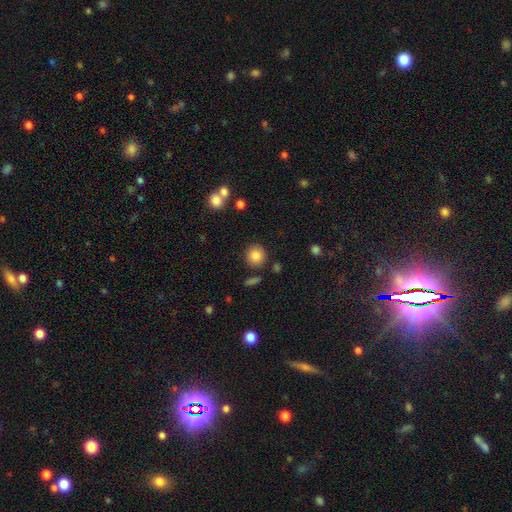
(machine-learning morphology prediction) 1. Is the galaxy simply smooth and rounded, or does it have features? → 85% smooth, 10% star or artifact, 5% featured or disk.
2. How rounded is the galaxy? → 91% round, 8% in between, 1% cigar-shaped.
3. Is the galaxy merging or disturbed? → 85% none, 7% minor disturbance, 5% merger, 3% major disturbance.